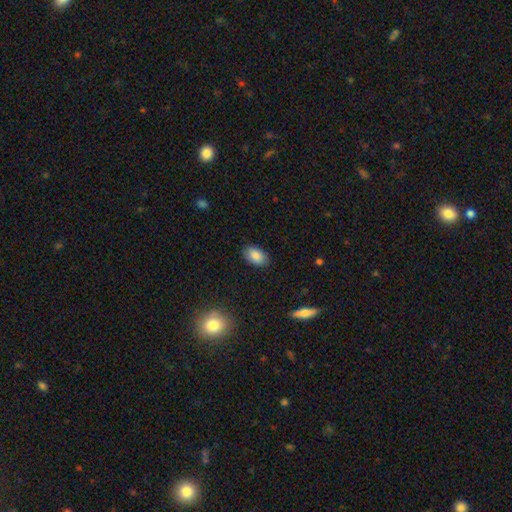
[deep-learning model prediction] smooth_or_featured: smooth (p=0.85) [alt: star or artifact p=0.08]
how_rounded: in between (p=0.93) [alt: round p=0.06]
merging: none (p=0.86) [alt: minor disturbance p=0.10]